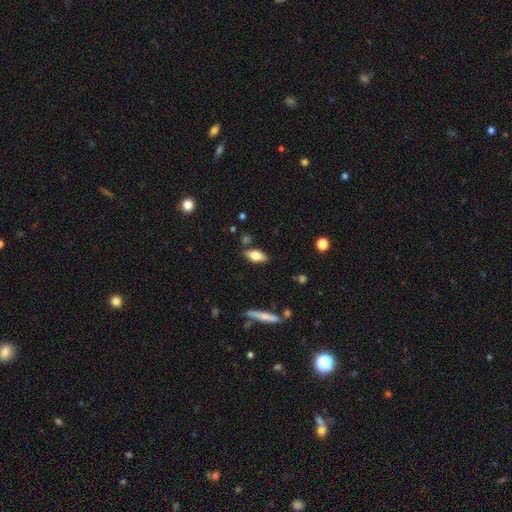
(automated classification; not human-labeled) The model was most divided on "smooth or featured": smooth: 66%, featured or disk: 26%, star or artifact: 7%. More confident: merging — none (80%); how rounded — in between (79%).